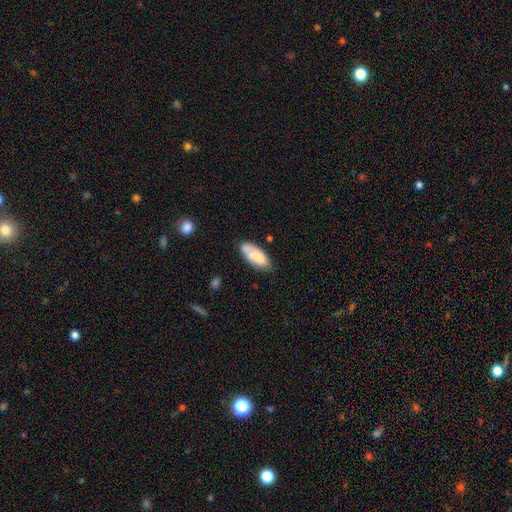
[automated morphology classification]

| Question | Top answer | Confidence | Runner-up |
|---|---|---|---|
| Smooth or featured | smooth | 73% | featured or disk (20%) |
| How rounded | in between | 84% | cigar-shaped (14%) |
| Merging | none | 64% | minor disturbance (23%) |